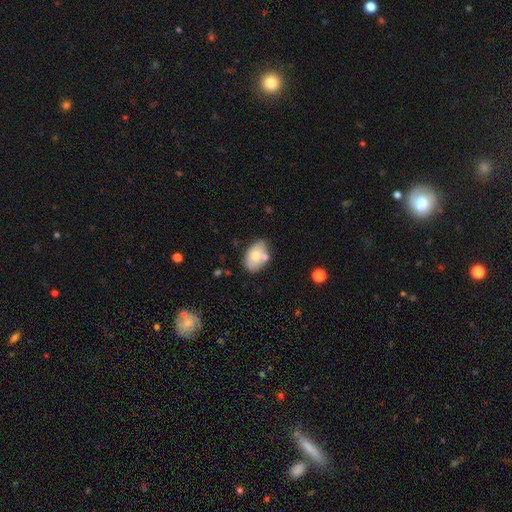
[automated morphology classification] This appears to be a smooth galaxy with no disk features (71%) that is in between round and cigar-shaped (89%). Merging: none (63%).